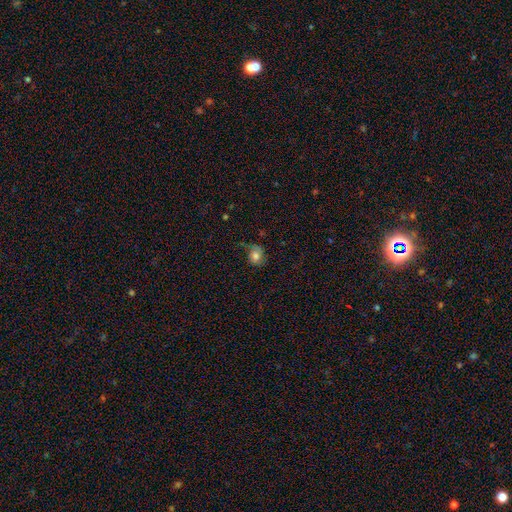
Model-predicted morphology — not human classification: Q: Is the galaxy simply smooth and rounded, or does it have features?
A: smooth — 74%.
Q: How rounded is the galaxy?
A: round — 64%.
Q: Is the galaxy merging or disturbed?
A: none — 56%.